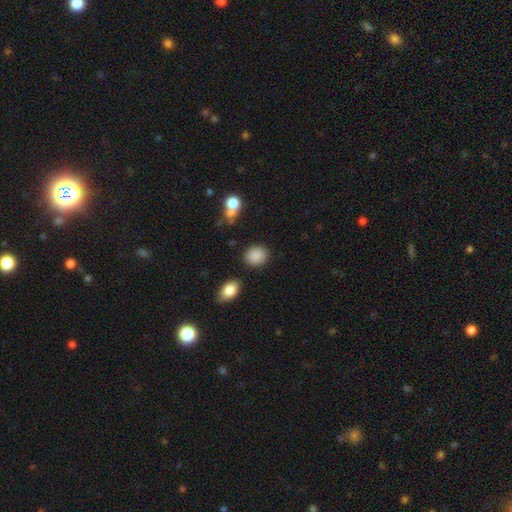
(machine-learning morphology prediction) The model was most divided on "how rounded": round: 58%, in between: 41%, cigar-shaped: 1%. More confident: smooth or featured — smooth (88%); merging — none (83%).